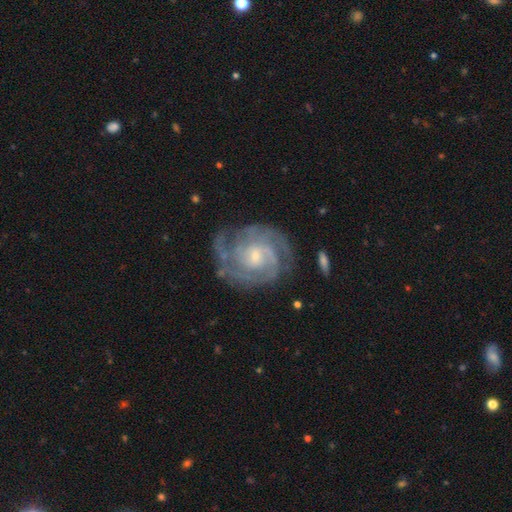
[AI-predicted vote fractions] A featured or disk galaxy (90%) with no bar (59%), 3 (28%) tight (67%) spiral arms (97%) and a small central bulge (71%).

Vote fractions:
- Smooth or featured? featured or disk: 90% / smooth: 6% / star or artifact: 5%
- Edge-on disk? no: 98% / yes: 2%
- Bar? no: 59% / weak: 34% / strong: 7%
- Spiral arms? yes: 97% / no: 3%
- Spiral winding? tight: 67% / medium: 28% / loose: 5%
- Spiral arm count? 3: 28% / 2: 25% / can't tell: 20% / 4: 14% / more than 4: 7% / 1: 6%
- Bulge size? small: 71% / moderate: 23% / none: 2% / large: 2% / dominant: 1%
- Merging? none: 74% / minor disturbance: 16% / major disturbance: 8% / merger: 2%